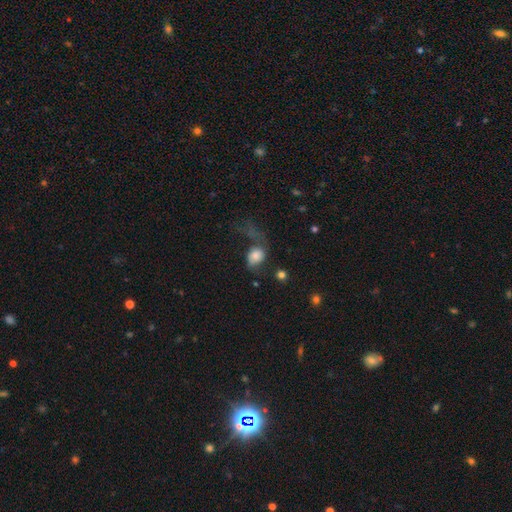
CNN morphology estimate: Overall: smooth (70%). How rounded: in between (55%; round 43%). Merging: major disturbance (48%; none 22%).